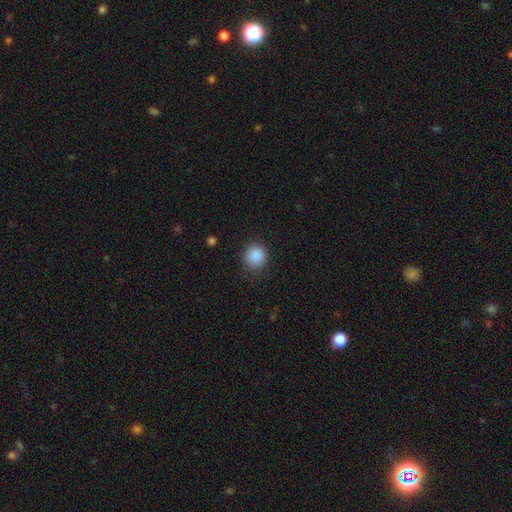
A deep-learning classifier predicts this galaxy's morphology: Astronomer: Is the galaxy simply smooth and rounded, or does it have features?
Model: smooth — 88%.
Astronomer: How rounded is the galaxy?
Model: round — 90%.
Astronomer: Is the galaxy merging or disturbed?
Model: none — 87%.